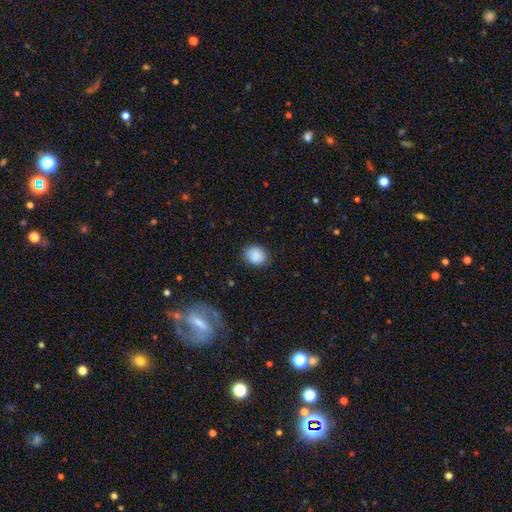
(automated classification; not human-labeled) Smooth or featured: smooth — 88% (star or artifact — 8%)
How rounded: round — 56% (in between — 43%)
Merging: none — 82% (minor disturbance — 13%)